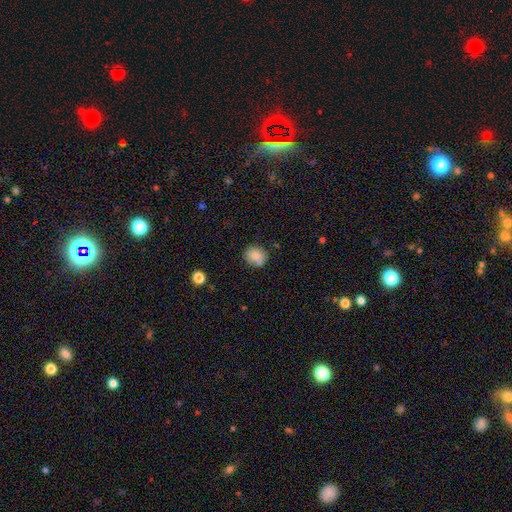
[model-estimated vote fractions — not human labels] smooth 80%, featured or disk 11%, star or artifact 10%. Down the decision tree: how rounded — round (81%); merging — none (80%).